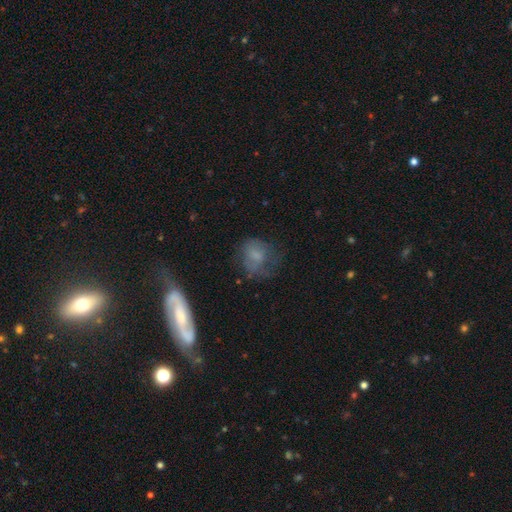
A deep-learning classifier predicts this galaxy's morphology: This appears to be a smooth galaxy with no disk features (62%) that is round (56%). Merging: none (43%).